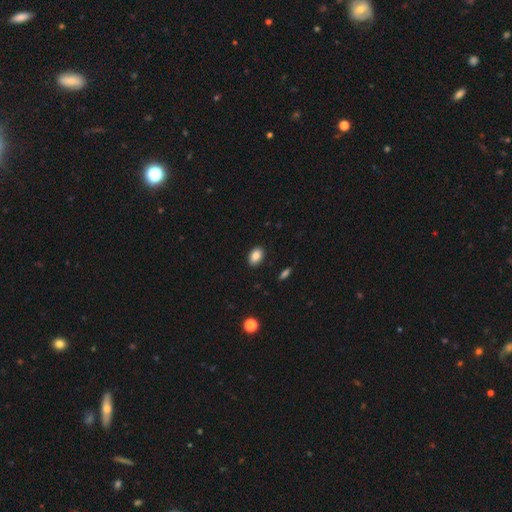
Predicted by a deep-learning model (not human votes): This is clearly a smooth galaxy (86%). How rounded: clearly in between (86%). Merging: clearly none (89%).